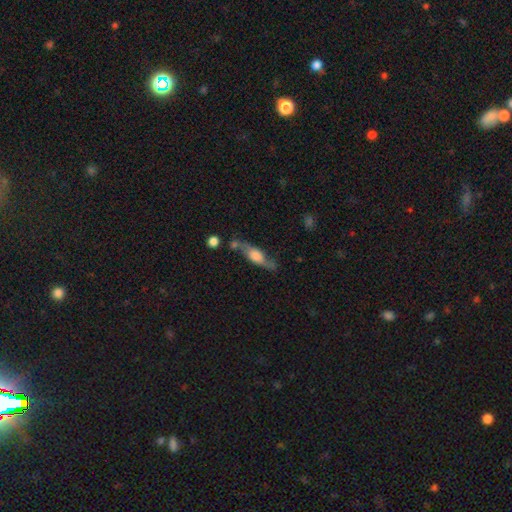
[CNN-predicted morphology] Smooth or featured?
  - featured or disk: 62% *
  - smooth: 31%
  - star or artifact: 7%
Edge-on disk?
  - yes: 54% *
  - no: 46%
Merging?
  - none: 62% *
  - minor disturbance: 20%
  - merger: 11%
  - major disturbance: 7%